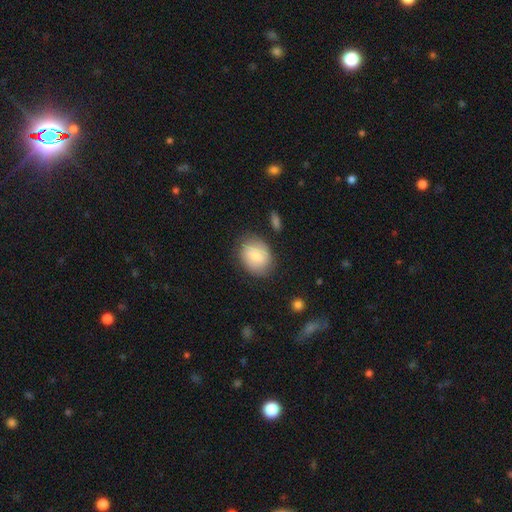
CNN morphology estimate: Q: Smooth or featured?
A: smooth (73%); runner-up: featured or disk (21%)
Q: How rounded?
A: in between (56%); runner-up: round (43%)
Q: Merging?
A: none (78%); runner-up: minor disturbance (16%)